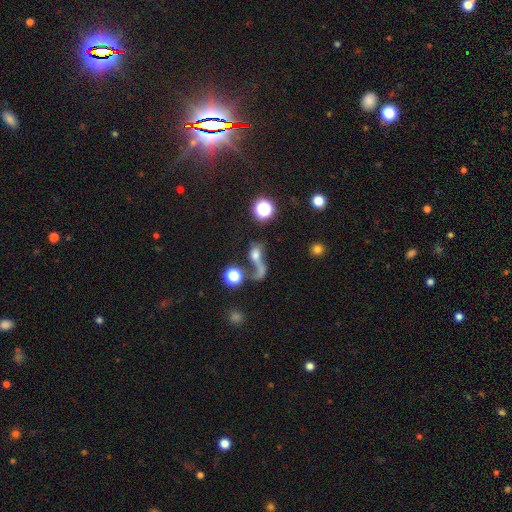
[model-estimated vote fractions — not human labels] Morphology: type=smooth (48%); merging=major disturbance (36%).